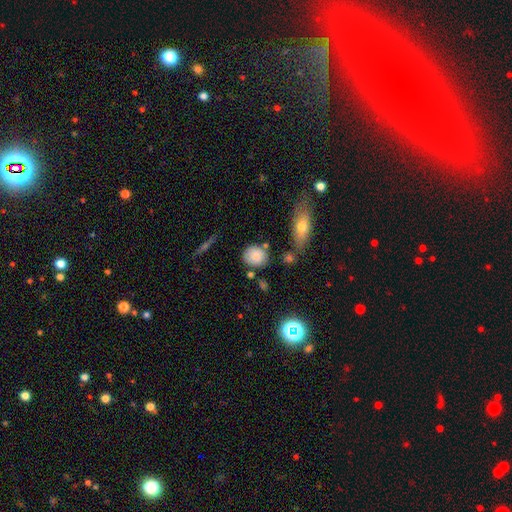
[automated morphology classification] Smooth or featured?
  - smooth: 82% *
  - star or artifact: 9%
  - featured or disk: 9%
How rounded?
  - round: 74% *
  - in between: 24%
  - cigar-shaped: 2%
Merging?
  - none: 74% *
  - minor disturbance: 15%
  - merger: 7%
  - major disturbance: 4%